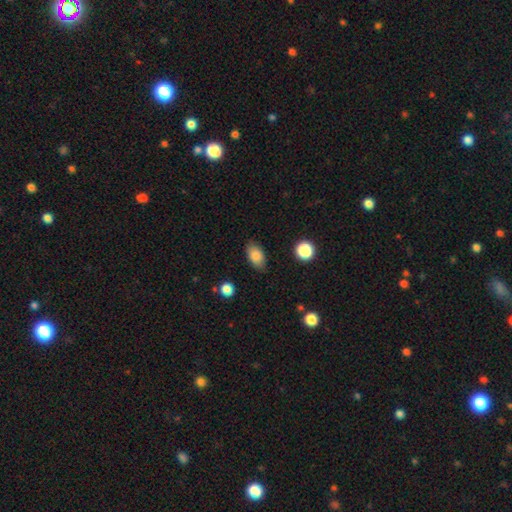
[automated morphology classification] This appears to be a smooth galaxy with no disk features (84%) that is in between round and cigar-shaped (90%). Merging: none (83%).